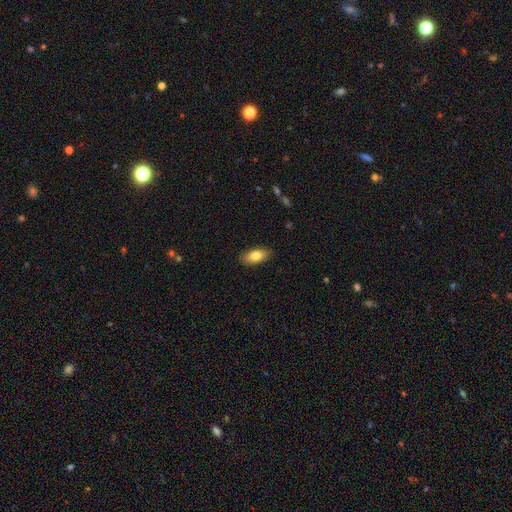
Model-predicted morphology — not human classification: smooth_or_featured: smooth (p=0.81) [alt: featured or disk p=0.13]
how_rounded: in between (p=0.88) [alt: cigar-shaped p=0.08]
merging: none (p=0.88) [alt: minor disturbance p=0.09]